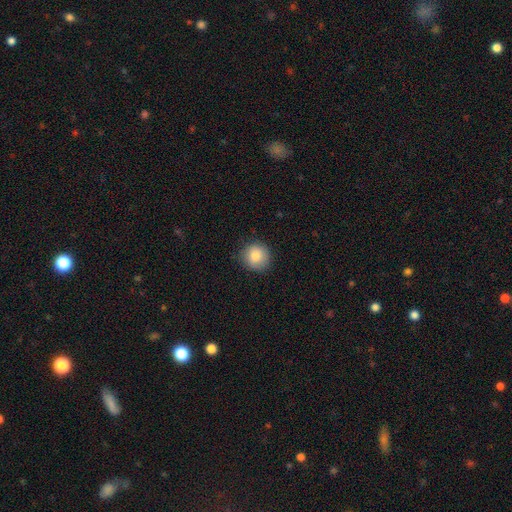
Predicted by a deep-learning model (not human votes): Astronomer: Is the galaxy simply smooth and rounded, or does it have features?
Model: smooth — 85%.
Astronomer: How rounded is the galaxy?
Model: round — 90%.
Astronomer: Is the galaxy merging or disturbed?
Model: none — 84%.